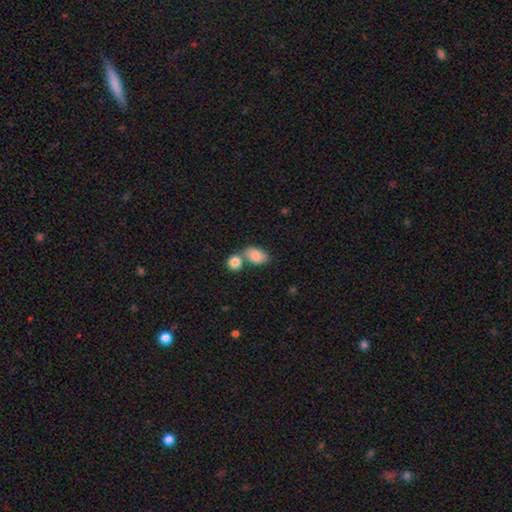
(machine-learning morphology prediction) smooth 85%, featured or disk 8%, star or artifact 7%. Down the decision tree: how rounded — in between (88%); merging — merger (45%).